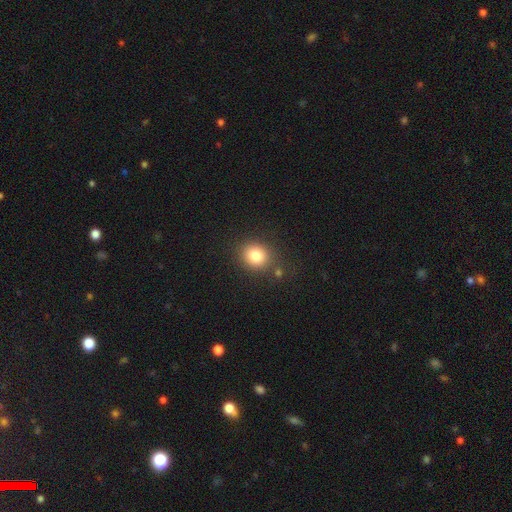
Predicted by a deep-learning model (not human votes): Smooth or featured? Predicted: smooth (p=0.82). How rounded? Predicted: round (p=0.77). Merging? Predicted: none (p=0.80).